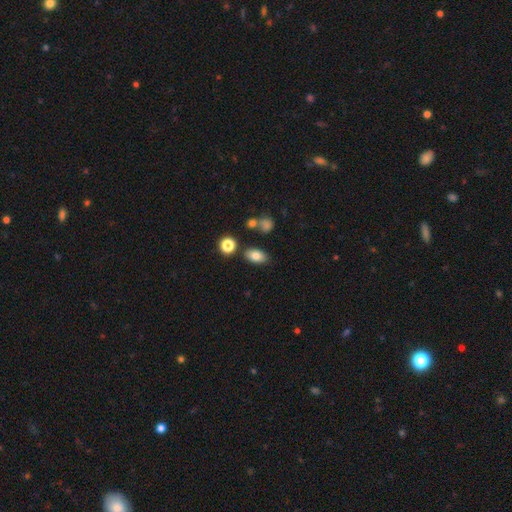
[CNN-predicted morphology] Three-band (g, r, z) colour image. It shows a smooth galaxy with no disk features (81%) that is in between round and cigar-shaped (88%). Merging: none (79%).